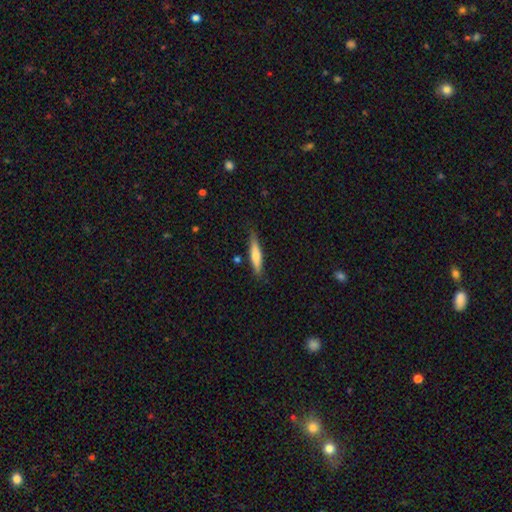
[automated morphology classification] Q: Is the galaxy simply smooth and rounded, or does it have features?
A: smooth — 68%.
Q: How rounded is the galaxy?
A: cigar-shaped — 85%.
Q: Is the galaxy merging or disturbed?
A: none — 80%.